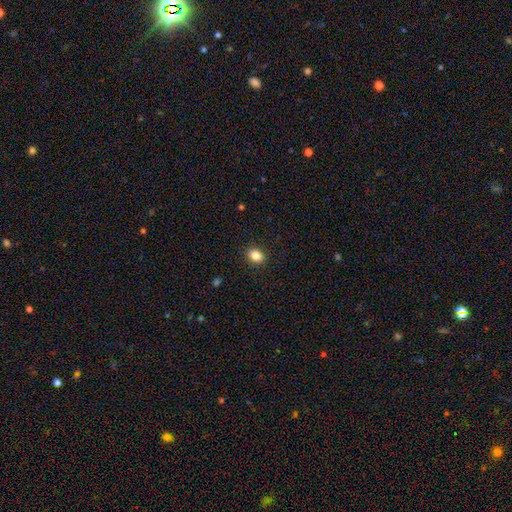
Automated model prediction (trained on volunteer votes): The model was most divided on "how rounded": in between: 60%, round: 39%, cigar-shaped: 1%. More confident: merging — none (90%); smooth or featured — smooth (85%).